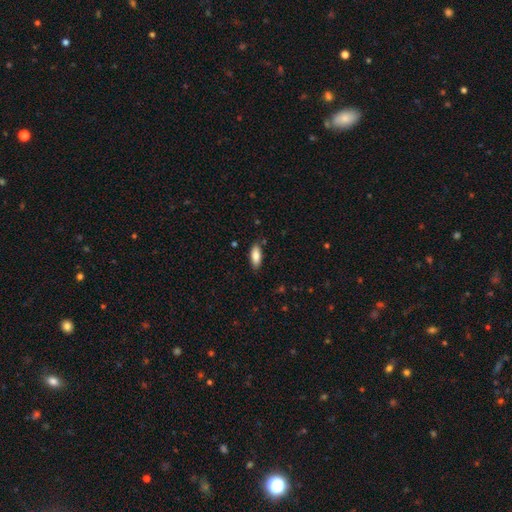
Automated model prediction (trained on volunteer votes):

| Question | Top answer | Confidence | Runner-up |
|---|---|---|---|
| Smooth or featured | smooth | 84% | featured or disk (9%) |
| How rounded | in between | 79% | cigar-shaped (19%) |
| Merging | none | 84% | minor disturbance (12%) |